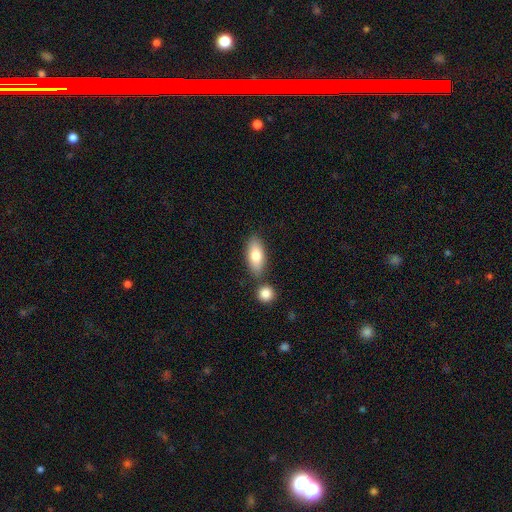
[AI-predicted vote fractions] A smooth galaxy with no disk features (78%) that is in between round and cigar-shaped (86%).

Vote fractions:
- Smooth or featured? smooth: 78% / featured or disk: 16% / star or artifact: 6%
- How rounded? in between: 86% / cigar-shaped: 11% / round: 3%
- Merging? none: 71% / merger: 15% / minor disturbance: 12% / major disturbance: 3%